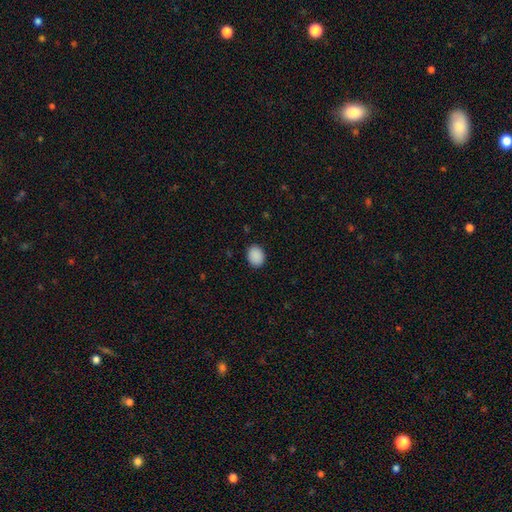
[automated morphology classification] A smooth galaxy with no disk features (90%) that is in between round and cigar-shaped (51%).

Vote fractions:
- Smooth or featured? smooth: 90% / star or artifact: 8% / featured or disk: 2%
- How rounded? in between: 51% / round: 48% / cigar-shaped: 1%
- Merging? none: 89% / minor disturbance: 8% / major disturbance: 2% / merger: 1%